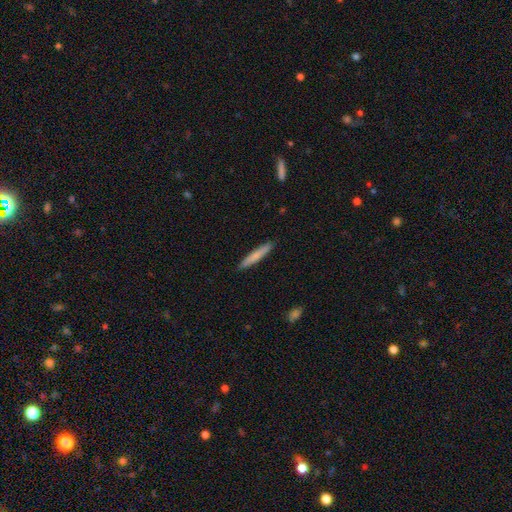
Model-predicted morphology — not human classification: Smooth or featured: smooth — 74% (featured or disk — 20%)
How rounded: cigar-shaped — 95% (in between — 4%)
Merging: none — 91% (minor disturbance — 6%)